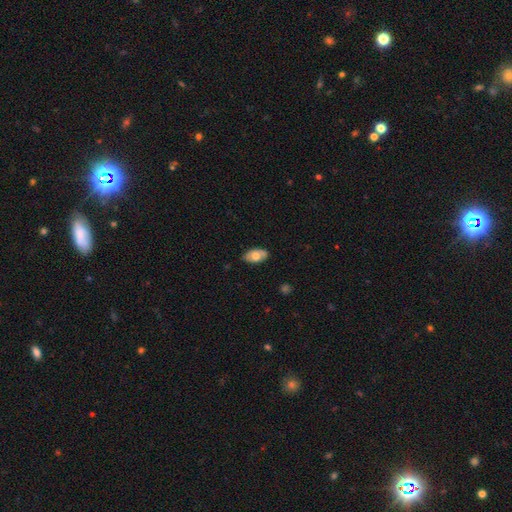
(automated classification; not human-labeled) Smooth or featured: smooth — 63% (featured or disk — 31%)
How rounded: in between — 93% (round — 5%)
Merging: none — 80% (minor disturbance — 16%)